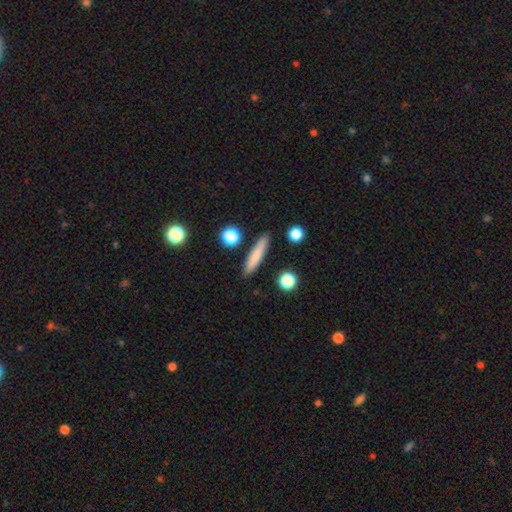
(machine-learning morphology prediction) Overall: smooth (77%). How rounded: cigar-shaped (88%). Merging: none (89%).